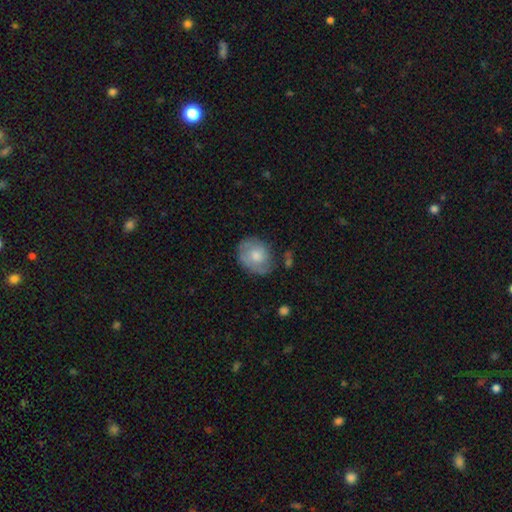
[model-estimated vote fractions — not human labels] Overall: smooth (53%; featured or disk 40%). How rounded: round (59%; in between 40%). Merging: none (65%).